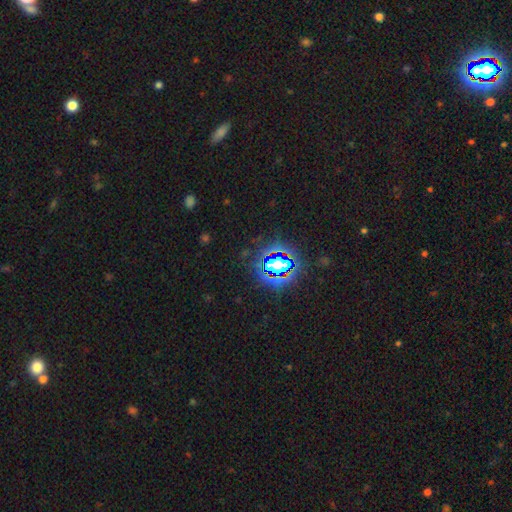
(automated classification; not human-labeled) star or artifact 81%, smooth 12%, featured or disk 7%.